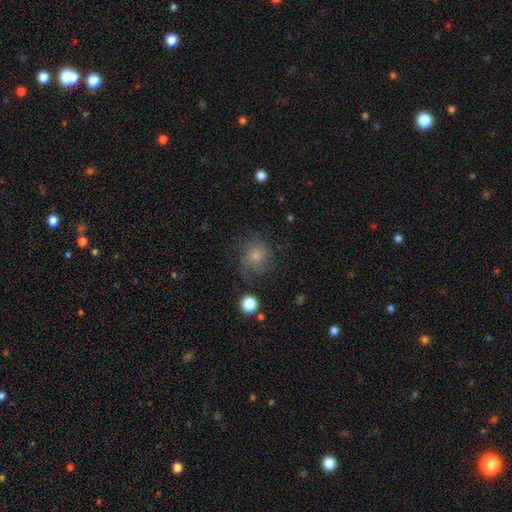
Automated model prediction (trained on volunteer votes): Overall: smooth (47%; featured or disk 34%). Merging: none (69%).